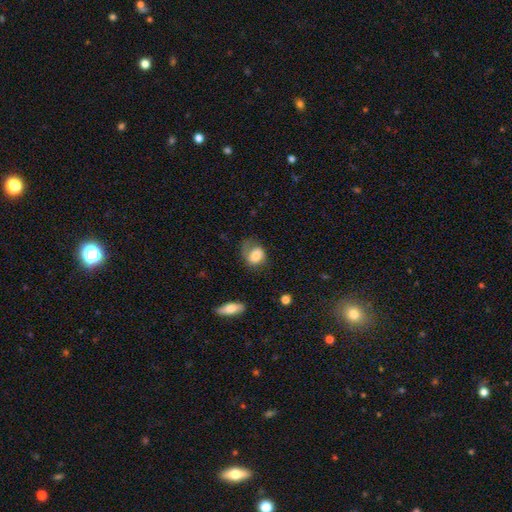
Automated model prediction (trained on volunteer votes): Overall: smooth (66%). How rounded: in between (59%; round 39%). Merging: none (37%; major disturbance 32%).